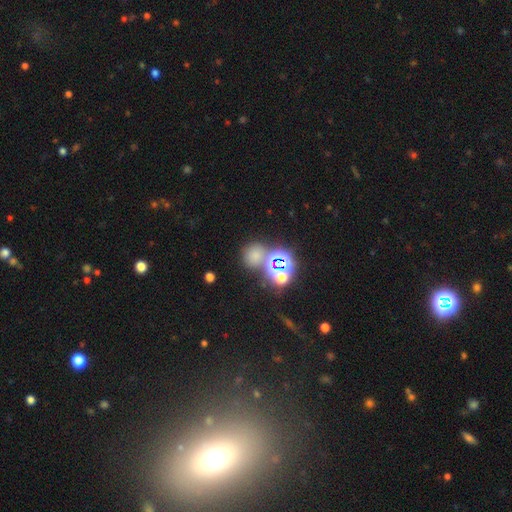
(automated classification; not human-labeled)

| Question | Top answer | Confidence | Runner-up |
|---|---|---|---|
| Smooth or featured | smooth | 55% | star or artifact (37%) |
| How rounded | round | 83% | in between (16%) |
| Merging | none | 64% | merger (19%) |